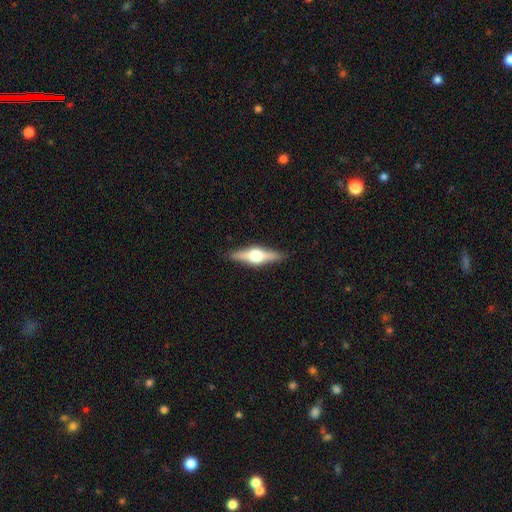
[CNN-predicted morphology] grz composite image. It shows a featured or disk galaxy (73%) viewed edge-on (97%) with a rounded central bulge (95%). Merging: none (90%).